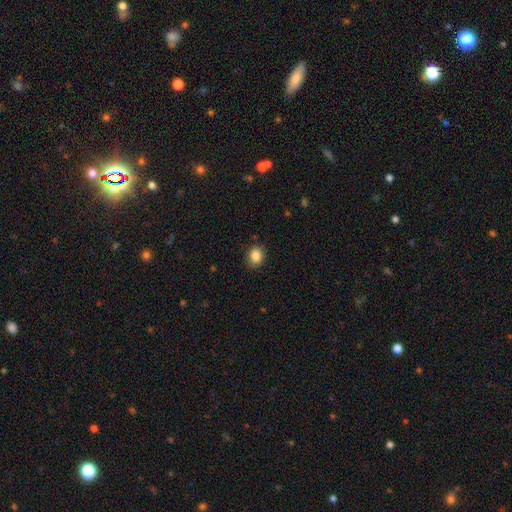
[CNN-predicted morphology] smooth 86%, star or artifact 9%, featured or disk 5%. Down the decision tree: how rounded — round (53%); merging — none (84%).